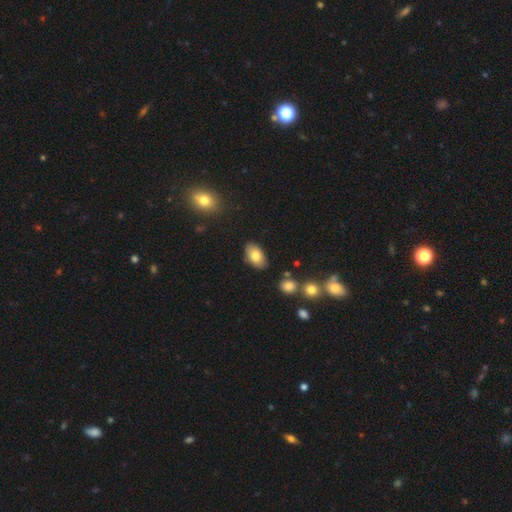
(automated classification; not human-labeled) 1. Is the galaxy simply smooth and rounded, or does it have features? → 79% smooth, 14% featured or disk, 7% star or artifact.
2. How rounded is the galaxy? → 93% in between, 5% round, 2% cigar-shaped.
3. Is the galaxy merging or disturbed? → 83% none, 12% minor disturbance, 3% merger, 3% major disturbance.